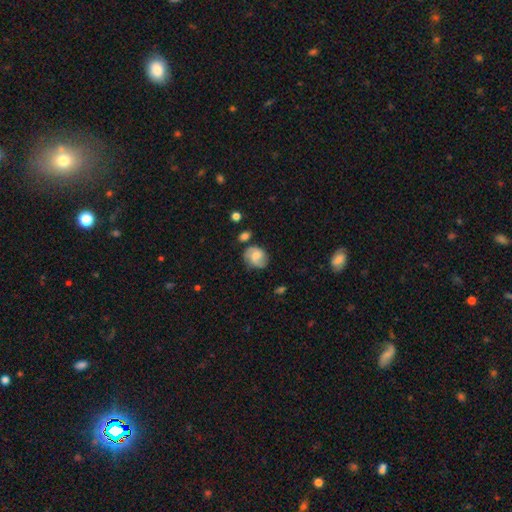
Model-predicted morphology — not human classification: A featured or disk galaxy (51%).

Vote fractions:
- Smooth or featured? featured or disk: 51% / smooth: 41% / star or artifact: 8%
- Edge-on disk? no: 97% / yes: 3%
- Merging? none: 60% / minor disturbance: 24% / major disturbance: 9% / merger: 6%